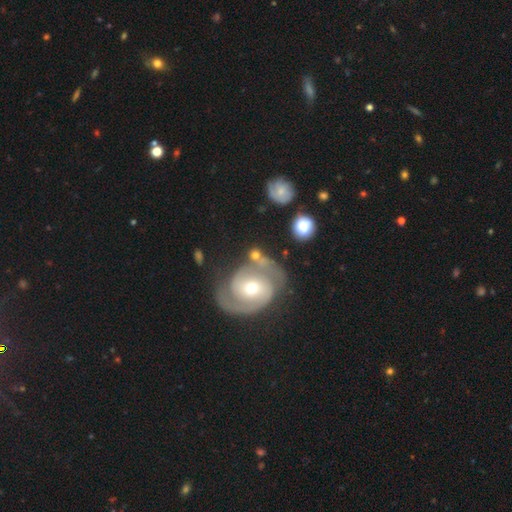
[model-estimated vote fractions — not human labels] Smooth or featured? Predicted: featured or disk (p=0.83). Edge-on disk? Predicted: no (p=0.97). Bar? Predicted: no (p=0.56). Spiral arms? Predicted: yes (p=0.95). Spiral winding? Predicted: medium (p=0.48). Spiral arm count? Predicted: 2 (p=0.90). Bulge size? Predicted: moderate (p=0.56). Merging? Predicted: none (p=0.63).